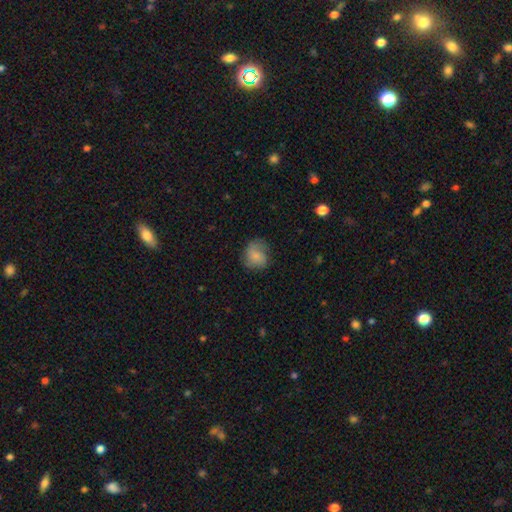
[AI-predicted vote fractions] Overall: smooth (67%). How rounded: round (73%). Merging: none (63%; minor disturbance 25%).